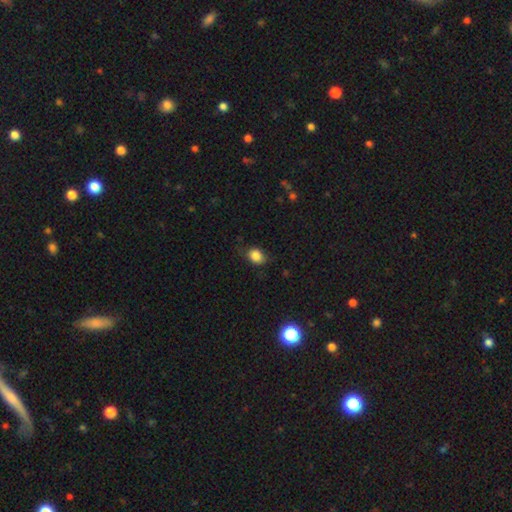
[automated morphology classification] Smooth or featured? smooth (84%)
How rounded? in between (51%)
Merging? none (71%)